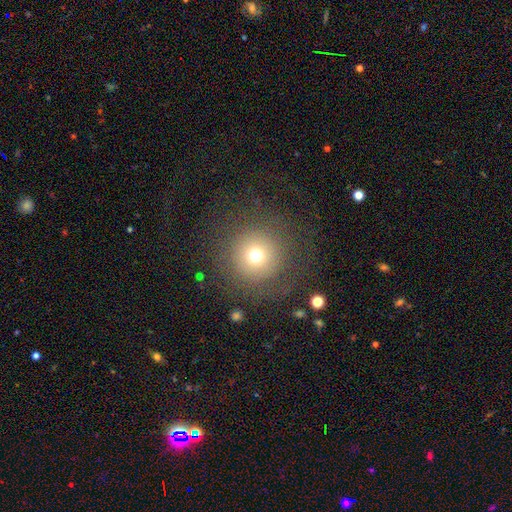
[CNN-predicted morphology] type=smooth (69%); roundness=round (96%); merging=none (80%).